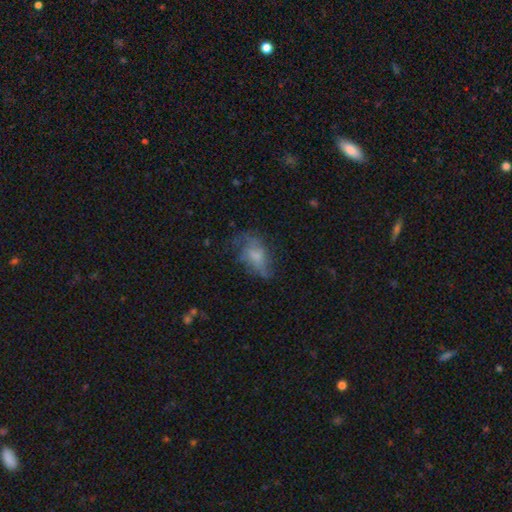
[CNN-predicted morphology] smooth_or_featured: smooth (p=0.50) [alt: featured or disk p=0.38]
how_rounded: in between (p=0.84) [alt: round p=0.10]
merging: none (p=0.42) [alt: major disturbance p=0.29]